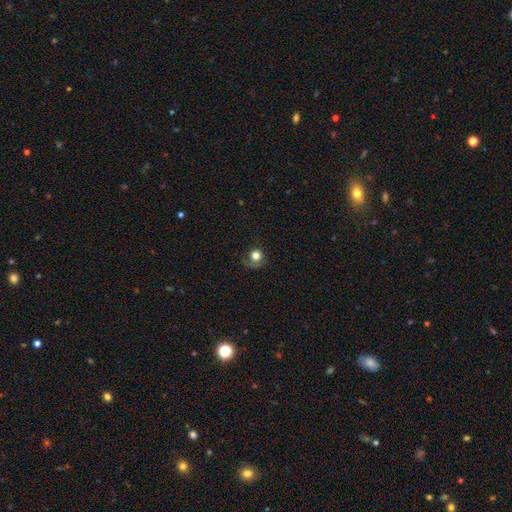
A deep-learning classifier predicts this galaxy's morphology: type=smooth (73%); roundness=round (87%); merging=none (59%).